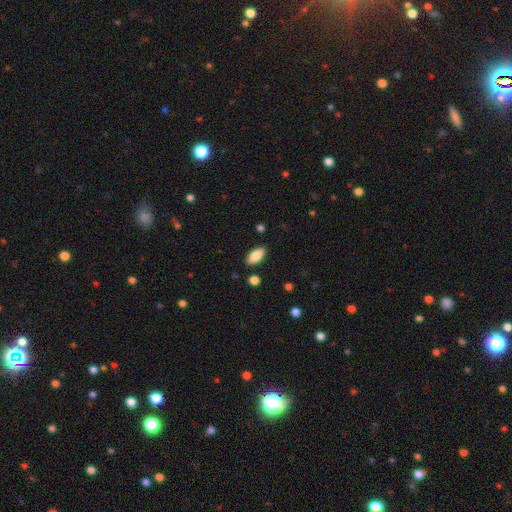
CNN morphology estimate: This appears to be a smooth galaxy with no disk features (84%) that is in between round and cigar-shaped (90%). Merging: none (86%).